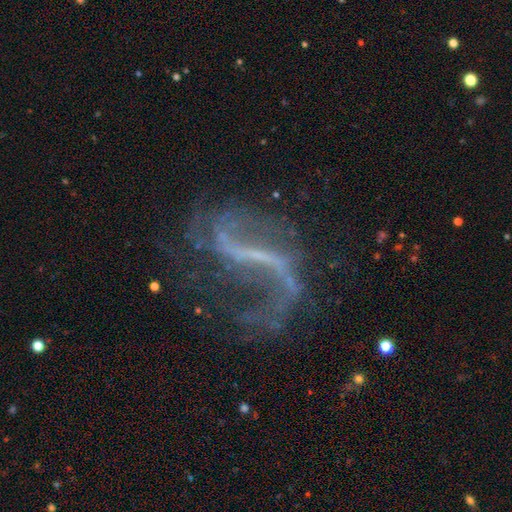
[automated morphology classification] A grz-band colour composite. It shows a featured or disk galaxy (85%) with a strong bar (58%), 2 (76%) loose (86%) spiral arms (90%) and no central bulge (56%). Merging: none (56%).